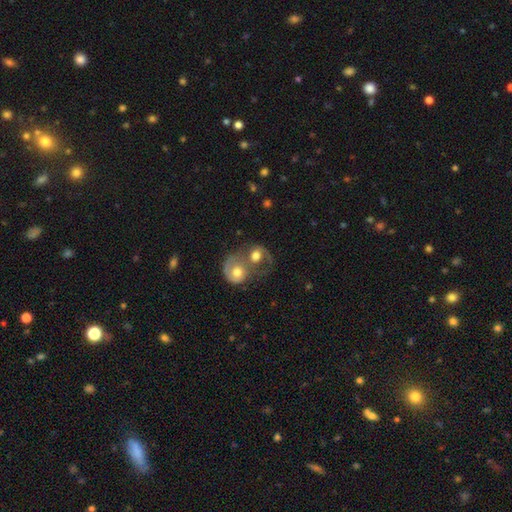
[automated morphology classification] A smooth galaxy with no disk features (50%) that is round (66%). Merging: merger (73%).